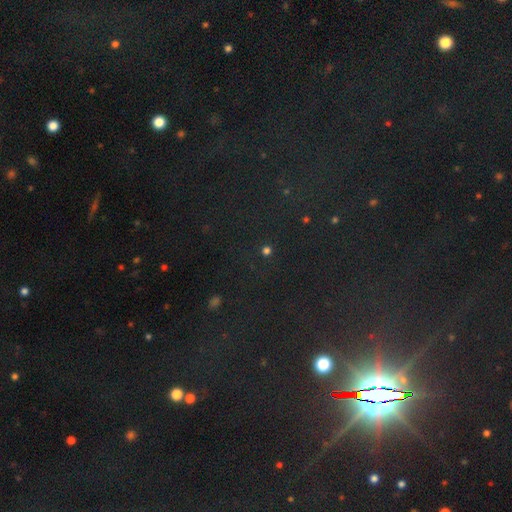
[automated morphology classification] This is clearly a star or artifact rather than a galaxy (83%).